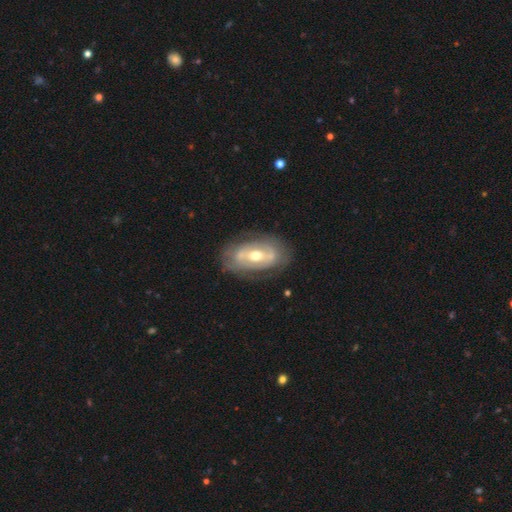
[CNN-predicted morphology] featured or disk 73%, smooth 21%, star or artifact 6%. Down the decision tree: edge-on disk — no (92%); bar — no (39%); spiral arms — yes (57%); bulge size — moderate (71%); merging — none (76%).